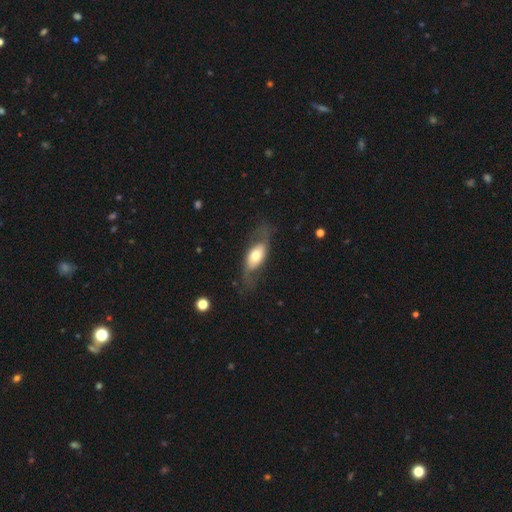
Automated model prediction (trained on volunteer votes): Smooth or featured: featured or disk — 51% (smooth — 43%)
Edge-on disk: no — 79% (yes — 21%)
Merging: none — 62% (minor disturbance — 20%)